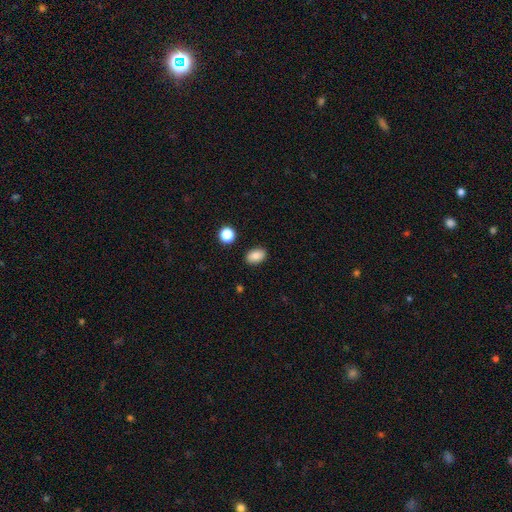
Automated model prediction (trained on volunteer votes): Smooth or featured? Predicted: smooth (p=0.85). How rounded? Predicted: in between (p=0.86). Merging? Predicted: none (p=0.87).